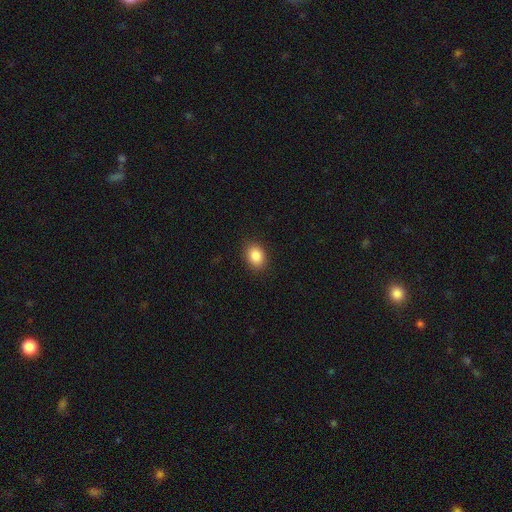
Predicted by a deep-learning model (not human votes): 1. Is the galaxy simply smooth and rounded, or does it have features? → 87% smooth, 9% star or artifact, 4% featured or disk.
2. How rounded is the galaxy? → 66% in between, 33% round, 1% cigar-shaped.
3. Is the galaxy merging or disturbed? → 88% none, 9% minor disturbance, 2% major disturbance, 1% merger.